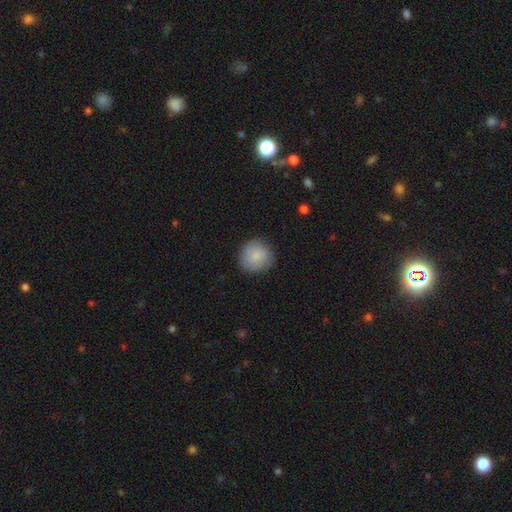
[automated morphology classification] This is clearly a smooth galaxy (86%). How rounded: clearly round (91%). Merging: clearly none (85%).